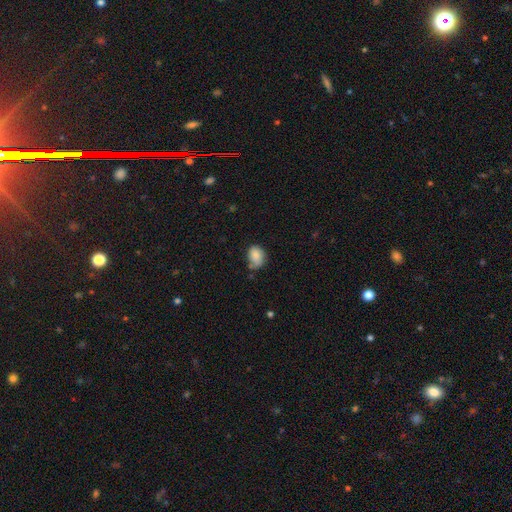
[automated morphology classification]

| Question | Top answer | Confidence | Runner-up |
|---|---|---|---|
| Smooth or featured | smooth | 83% | star or artifact (9%) |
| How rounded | in between | 66% | round (33%) |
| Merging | none | 54% | minor disturbance (32%) |